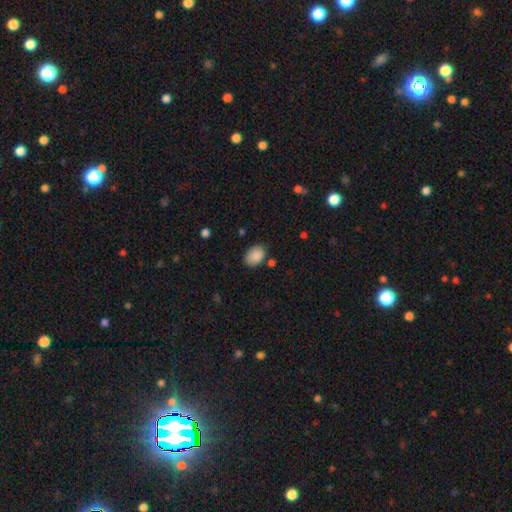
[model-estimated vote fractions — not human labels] The model was most divided on "how rounded": in between: 70%, round: 29%, cigar-shaped: 1%. More confident: smooth or featured — smooth (88%); merging — none (76%).